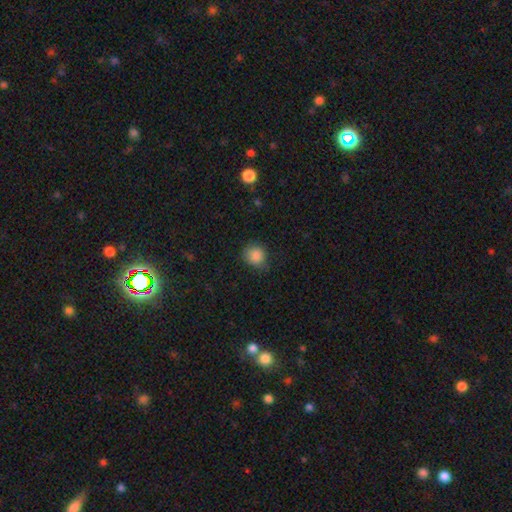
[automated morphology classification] smooth_or_featured: smooth (p=0.87) [alt: star or artifact p=0.09]
how_rounded: round (p=0.84) [alt: in between p=0.15]
merging: none (p=0.74) [alt: minor disturbance p=0.21]